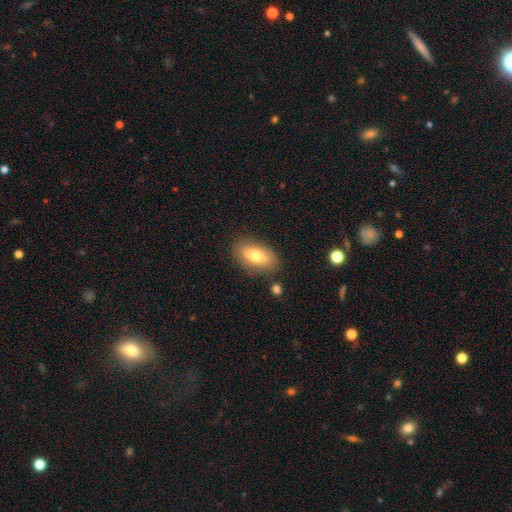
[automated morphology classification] Smooth or featured? Predicted: smooth (p=0.71). How rounded? Predicted: in between (p=0.87). Merging? Predicted: none (p=0.83).